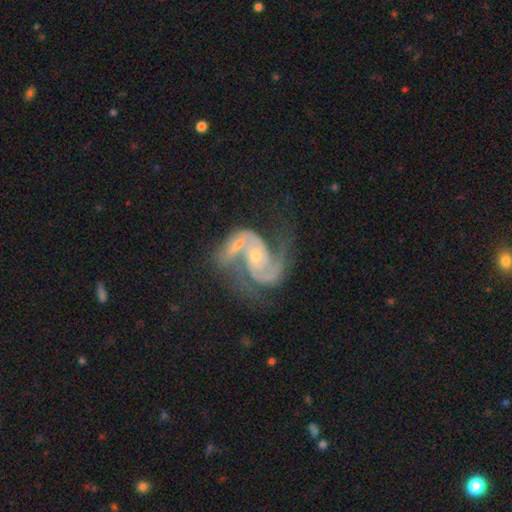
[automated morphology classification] smooth_or_featured: featured or disk (p=0.90) [alt: star or artifact p=0.05]
disk_edge_on: no (p=0.98) [alt: yes p=0.02]
bar: no (p=0.55) [alt: weak p=0.33]
has_spiral_arms: yes (p=0.97) [alt: no p=0.03]
spiral_winding: medium (p=0.55) [alt: tight p=0.25]
spiral_arm_count: 2 (p=0.79) [alt: 3 p=0.09]
bulge_size: small (p=0.57) [alt: moderate p=0.38]
merging: merger (p=0.44) [alt: none p=0.29]